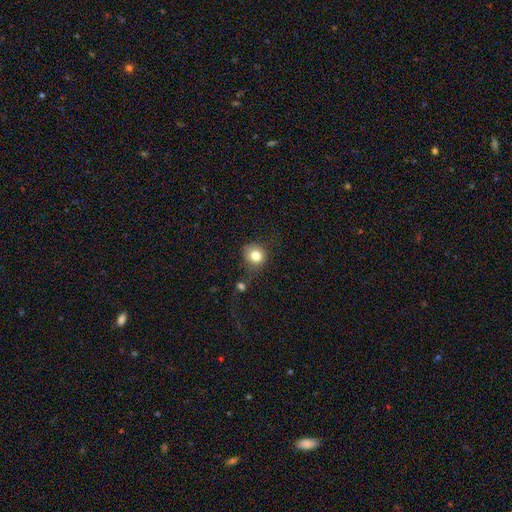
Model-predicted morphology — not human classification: smooth 81%, star or artifact 11%, featured or disk 8%. Down the decision tree: how rounded — round (84%); merging — none (66%).